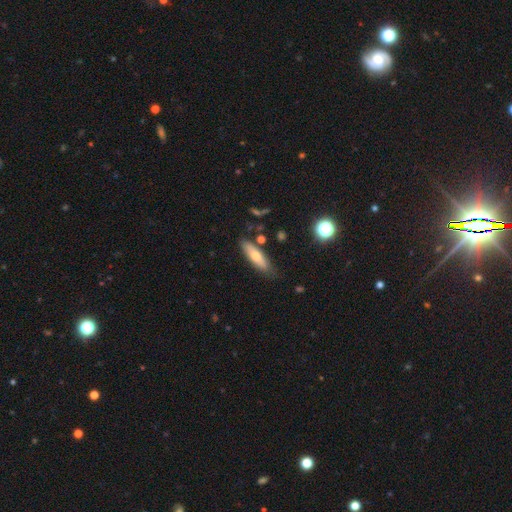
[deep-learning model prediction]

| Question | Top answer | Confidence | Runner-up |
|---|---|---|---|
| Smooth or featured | smooth | 64% | featured or disk (29%) |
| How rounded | cigar-shaped | 55% | in between (42%) |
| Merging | none | 80% | minor disturbance (14%) |